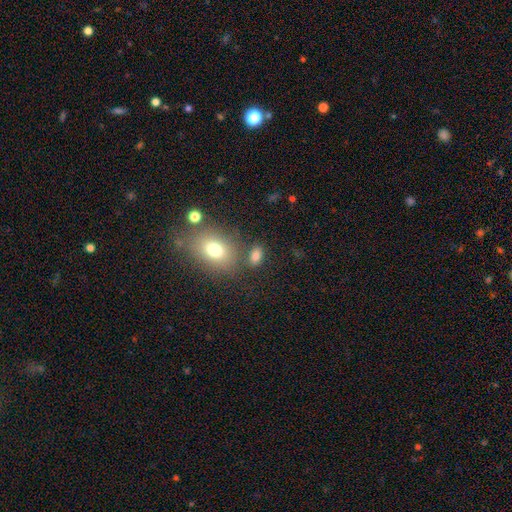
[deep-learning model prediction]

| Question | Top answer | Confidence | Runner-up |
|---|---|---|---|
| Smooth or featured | smooth | 80% | star or artifact (12%) |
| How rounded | in between | 83% | round (13%) |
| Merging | none | 71% | minor disturbance (12%) |